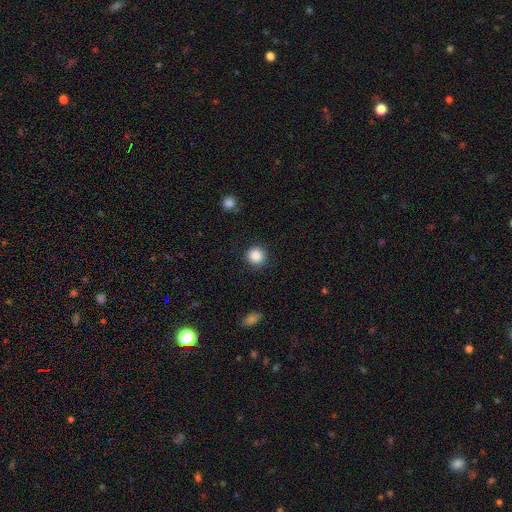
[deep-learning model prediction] smooth-or-featured: smooth: 87% | star or artifact: 9% | featured or disk: 4%
  how-rounded: round: 93% | in between: 6% | cigar-shaped: 1%
  merging: none: 90% | minor disturbance: 6% | major disturbance: 3% | merger: 1%